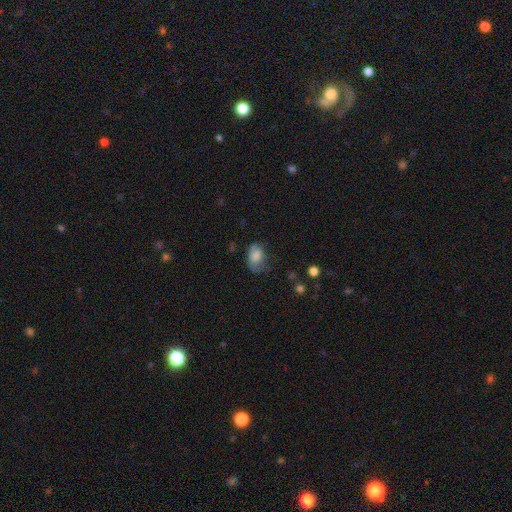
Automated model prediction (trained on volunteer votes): smooth-or-featured: smooth: 75% | featured or disk: 16% | star or artifact: 9%
  how-rounded: in between: 81% | round: 18% | cigar-shaped: 1%
  merging: none: 36% | minor disturbance: 35% | major disturbance: 27% | merger: 2%